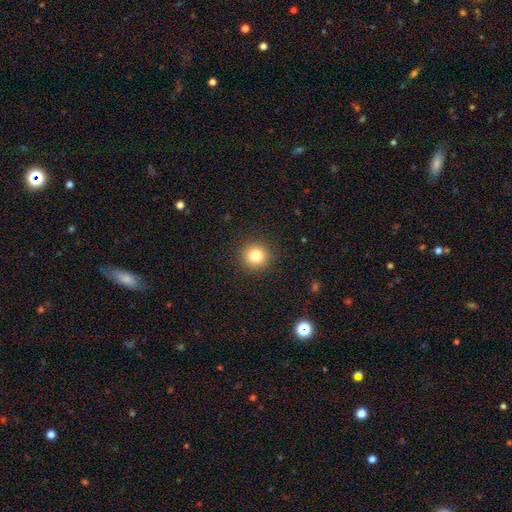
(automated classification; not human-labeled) This is clearly a smooth galaxy (81%). How rounded: clearly round (94%). Merging: clearly none (91%).